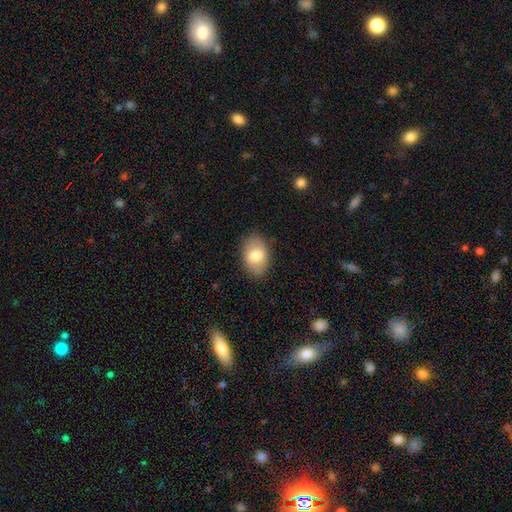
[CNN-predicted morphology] A smooth galaxy with no disk features (76%) that is in between round and cigar-shaped (86%). Merging: none (85%).